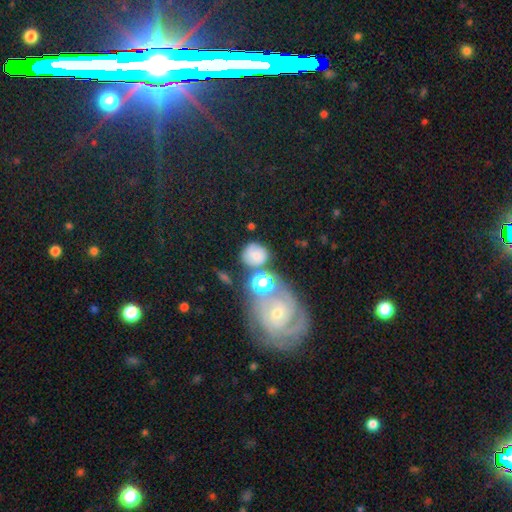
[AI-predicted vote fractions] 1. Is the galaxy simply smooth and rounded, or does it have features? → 51% smooth, 37% featured or disk, 12% star or artifact.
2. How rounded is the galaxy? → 76% round, 22% in between, 1% cigar-shaped.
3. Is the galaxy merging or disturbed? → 57% none, 18% merger, 17% minor disturbance, 8% major disturbance.